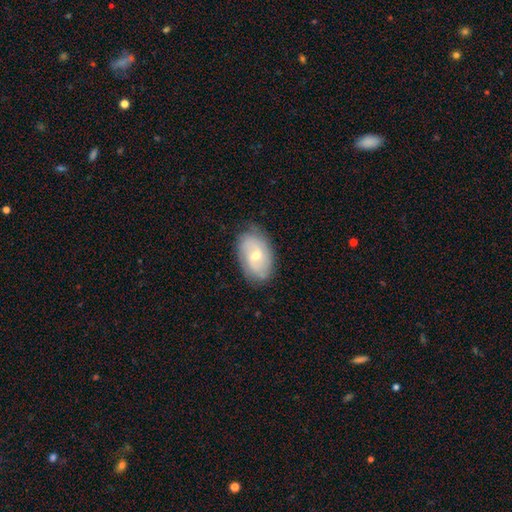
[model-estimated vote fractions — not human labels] Overall: featured or disk (61%; smooth 32%). Edge-on disk: no (93%). Bar: no (60%; weak 33%). Spiral arms: yes (77%). Bulge size: moderate (52%; small 44%). Merging: none (78%).